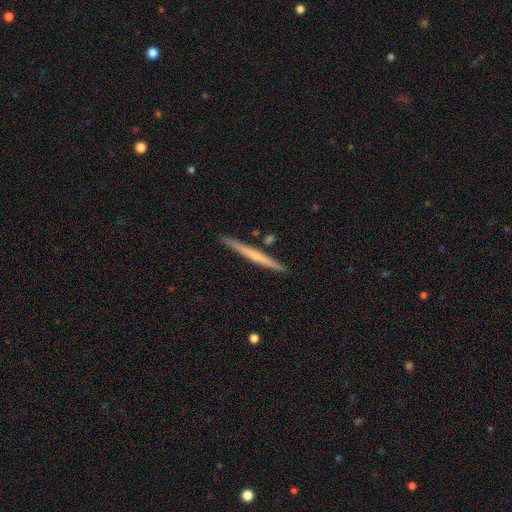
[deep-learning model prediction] featured or disk 51%, smooth 44%, star or artifact 5%. Down the decision tree: edge-on disk — yes (97%); merging — none (89%).